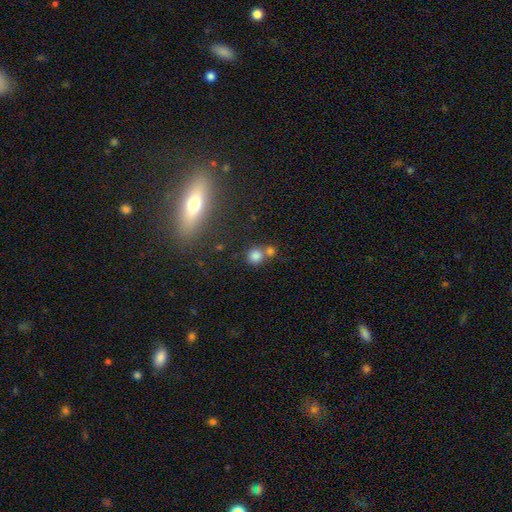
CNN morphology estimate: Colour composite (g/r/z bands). It shows a smooth galaxy with no disk features (79%) that is round (88%). Merging: none (54%).